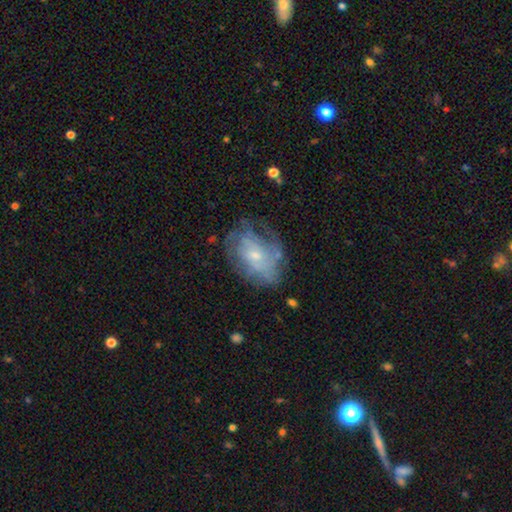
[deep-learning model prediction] Overall: featured or disk (64%; smooth 27%). Edge-on disk: no (96%). Bar: no (73%). Spiral arms: yes (65%; no 35%). Bulge size: small (66%; moderate 28%). Merging: none (54%; minor disturbance 25%).